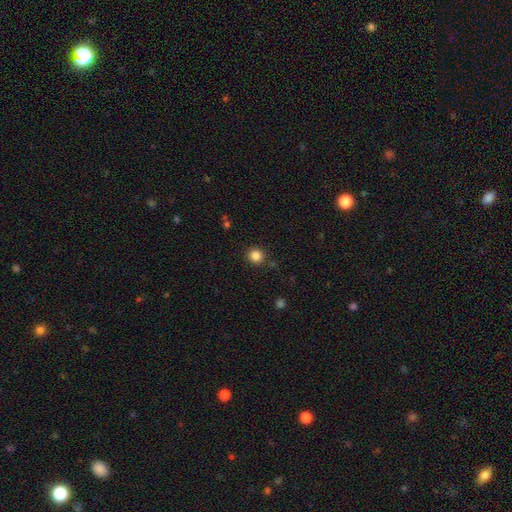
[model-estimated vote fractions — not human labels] Morphology: type=smooth (85%); roundness=round (92%); merging=none (88%).